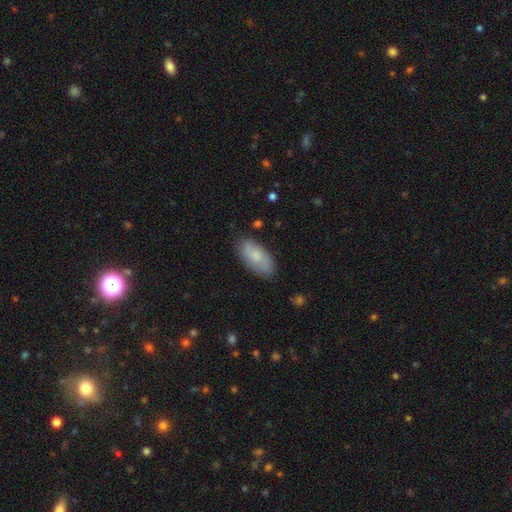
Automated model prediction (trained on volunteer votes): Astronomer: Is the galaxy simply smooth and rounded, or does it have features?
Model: smooth — 72%.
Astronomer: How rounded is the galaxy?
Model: in between — 92%.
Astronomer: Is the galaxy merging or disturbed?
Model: none — 78%.